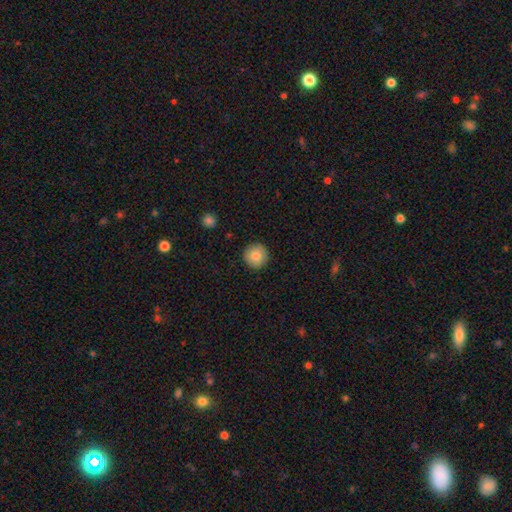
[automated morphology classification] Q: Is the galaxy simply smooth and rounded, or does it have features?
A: smooth — 84%.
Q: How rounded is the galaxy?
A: round — 95%.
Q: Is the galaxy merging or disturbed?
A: none — 91%.